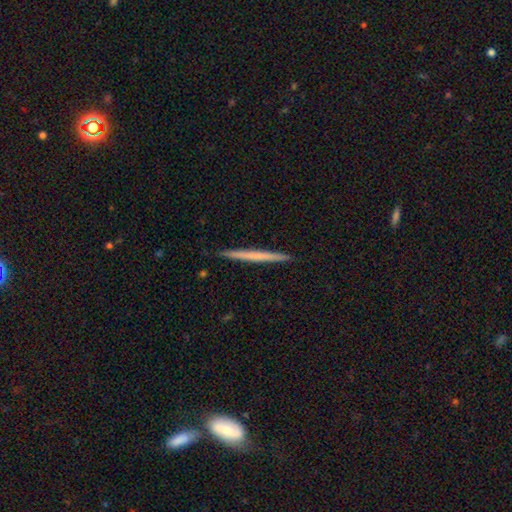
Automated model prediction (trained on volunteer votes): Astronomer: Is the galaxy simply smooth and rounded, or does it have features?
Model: smooth — 53% (runner-up: featured or disk, 42%).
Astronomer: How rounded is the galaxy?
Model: cigar-shaped — 97%.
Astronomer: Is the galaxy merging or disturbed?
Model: none — 93%.